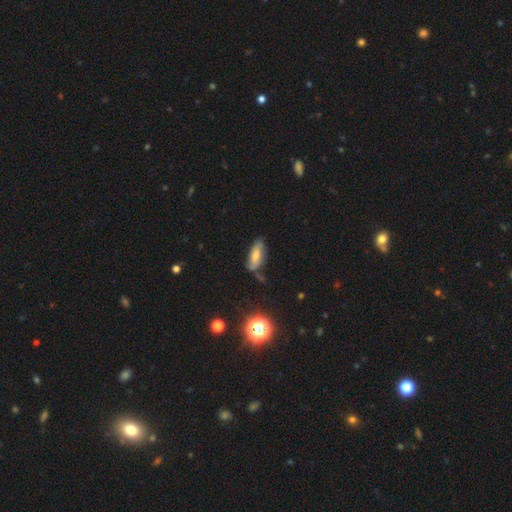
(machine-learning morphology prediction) smooth-or-featured: smooth: 48% | featured or disk: 40% | star or artifact: 12%
  merging: none: 60% | minor disturbance: 28% | major disturbance: 7% | merger: 5%